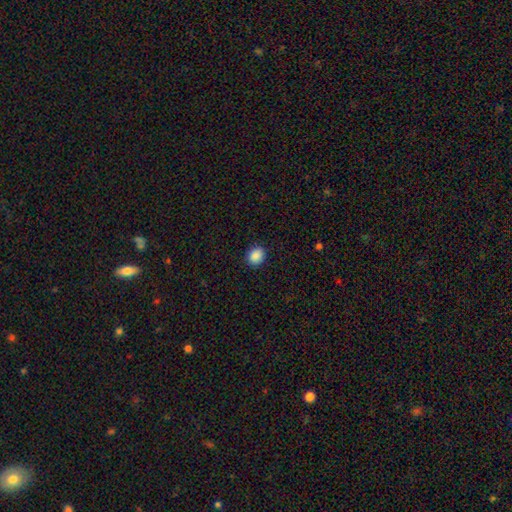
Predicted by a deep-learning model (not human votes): Q: Smooth or featured?
A: smooth (89%); runner-up: star or artifact (9%)
Q: How rounded?
A: round (71%); runner-up: in between (29%)
Q: Merging?
A: none (90%); runner-up: minor disturbance (7%)